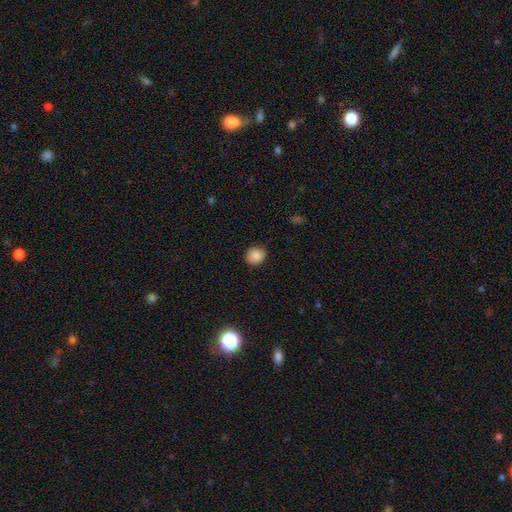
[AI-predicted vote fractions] Smooth or featured?
  - smooth: 87% *
  - star or artifact: 9%
  - featured or disk: 4%
How rounded?
  - round: 79% *
  - in between: 20%
  - cigar-shaped: 1%
Merging?
  - none: 87% *
  - minor disturbance: 10%
  - major disturbance: 2%
  - merger: 1%